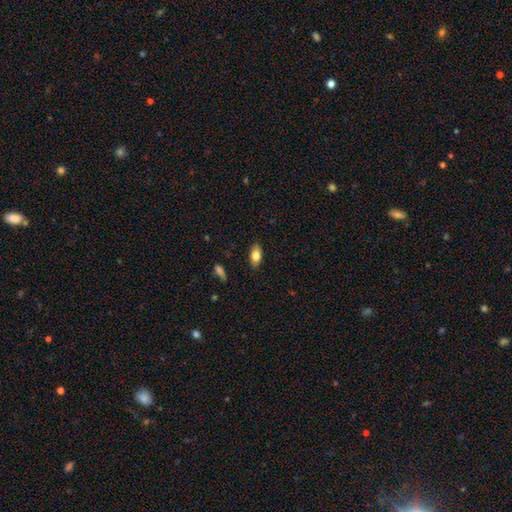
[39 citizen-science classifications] This is likely a smooth galaxy (77%). How rounded: clearly in between (90%). Merging: clearly none (89%).